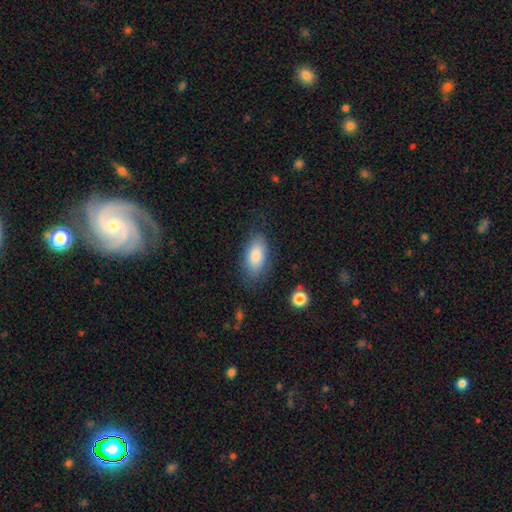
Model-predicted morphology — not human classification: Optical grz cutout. It shows a smooth galaxy with no disk features (82%) that is in between round and cigar-shaped (91%). Merging: none (76%).